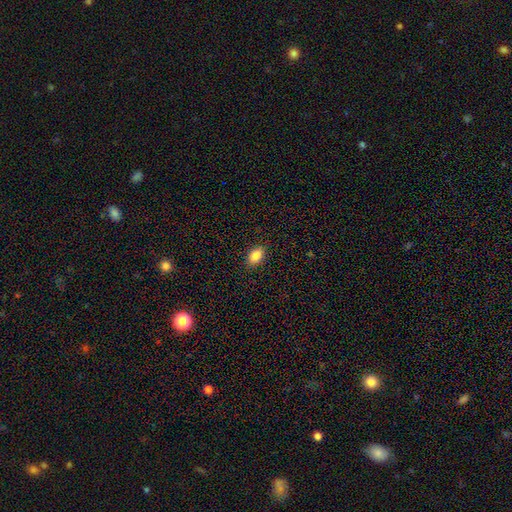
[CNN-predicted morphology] Q: Smooth or featured?
A: smooth (87%); runner-up: star or artifact (9%)
Q: How rounded?
A: in between (89%); runner-up: round (10%)
Q: Merging?
A: none (89%); runner-up: minor disturbance (8%)